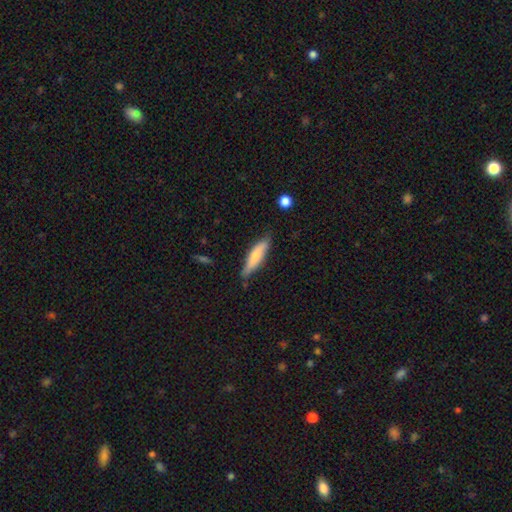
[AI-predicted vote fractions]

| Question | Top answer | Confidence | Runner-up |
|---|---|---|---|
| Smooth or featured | smooth | 66% | featured or disk (28%) |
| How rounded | cigar-shaped | 74% | in between (24%) |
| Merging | none | 74% | minor disturbance (21%) |